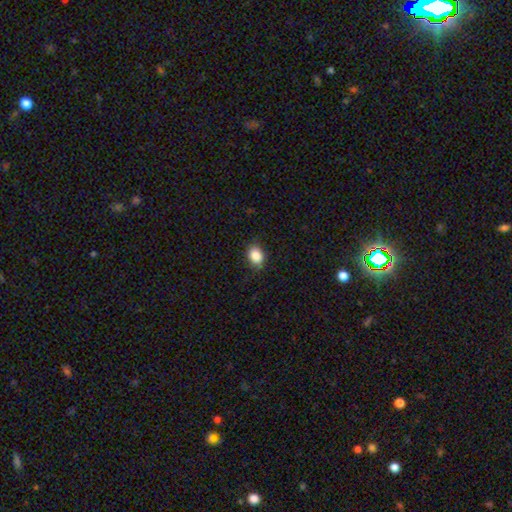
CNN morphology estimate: Smooth or featured? Predicted: smooth (p=0.86). How rounded? Predicted: in between (p=0.58). Merging? Predicted: none (p=0.81).